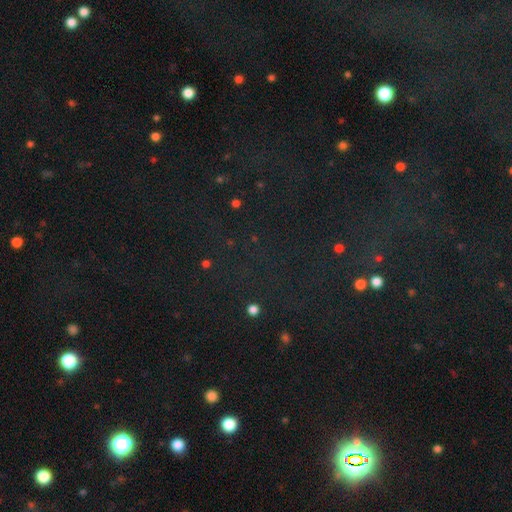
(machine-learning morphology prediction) star or artifact 76%, smooth 15%, featured or disk 9%.